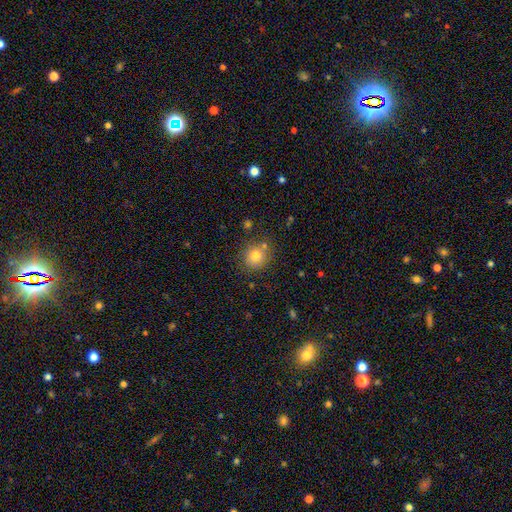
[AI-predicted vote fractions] A smooth galaxy with no disk features (77%) that is round (87%).

Vote fractions:
- Smooth or featured? smooth: 77% / star or artifact: 12% / featured or disk: 10%
- How rounded? round: 87% / in between: 12% / cigar-shaped: 1%
- Merging? none: 78% / minor disturbance: 11% / merger: 7% / major disturbance: 3%